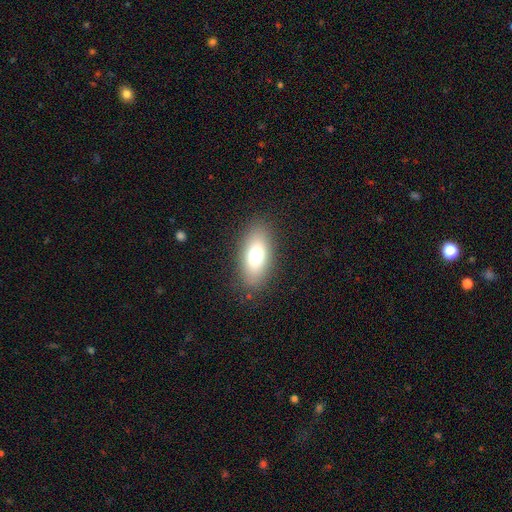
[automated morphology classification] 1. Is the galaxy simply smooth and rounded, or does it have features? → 73% smooth, 18% featured or disk, 9% star or artifact.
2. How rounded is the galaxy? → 85% in between, 10% cigar-shaped, 5% round.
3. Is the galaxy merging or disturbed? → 85% none, 10% minor disturbance, 4% major disturbance, 1% merger.